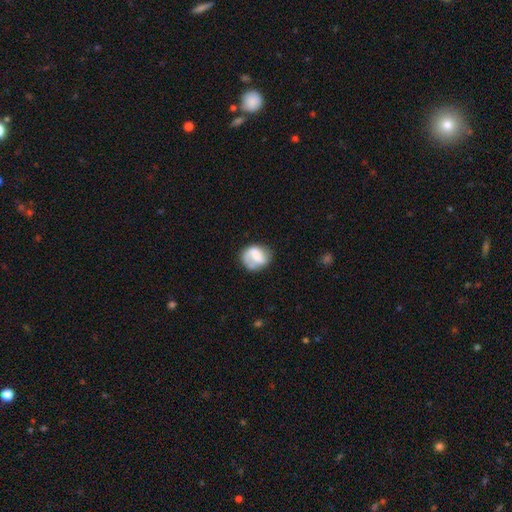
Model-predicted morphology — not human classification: type=smooth (47%); merging=none (60%).